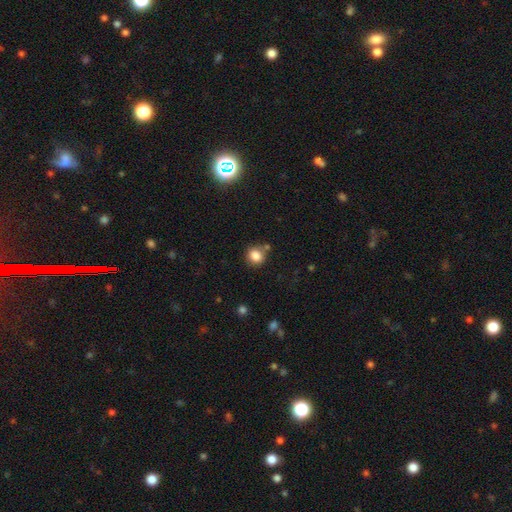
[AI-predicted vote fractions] A smooth galaxy with no disk features (84%) that is round (79%). Merging: none (73%).